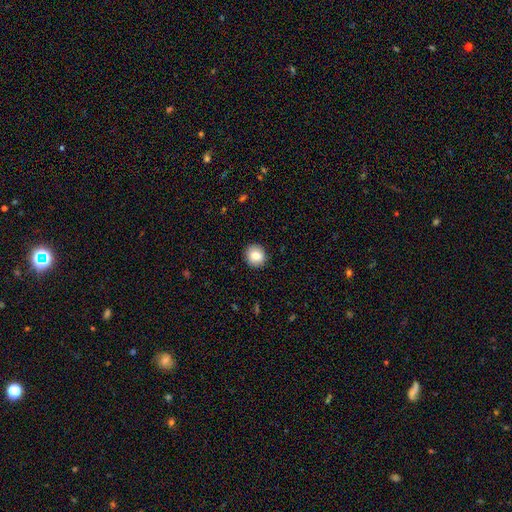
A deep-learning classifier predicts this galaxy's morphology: type=smooth (85%); roundness=round (87%); merging=none (91%).